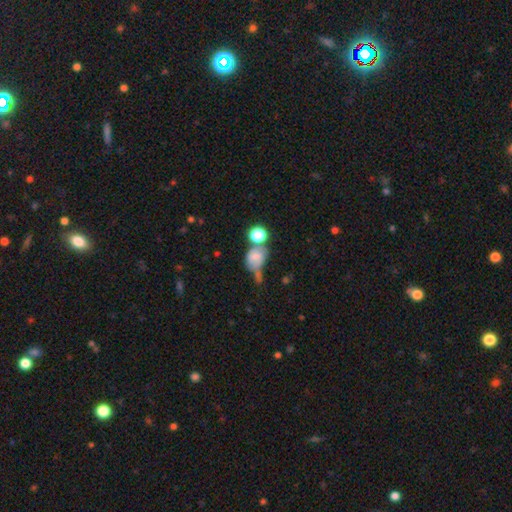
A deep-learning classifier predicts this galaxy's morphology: Smooth or featured? smooth (65%)
How rounded? in between (55%)
Merging? merger (39%)